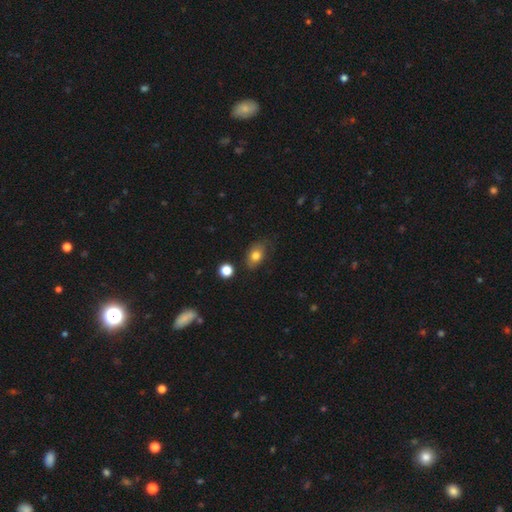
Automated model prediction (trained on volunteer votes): A smooth galaxy with no disk features (78%) that is in between round and cigar-shaped (78%). Merging: none (70%).